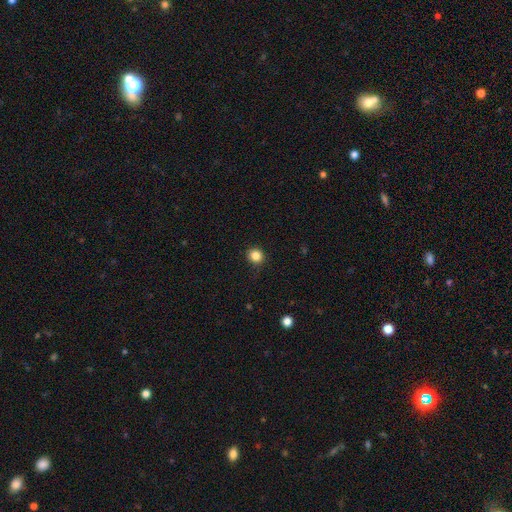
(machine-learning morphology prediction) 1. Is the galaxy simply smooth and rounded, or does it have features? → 85% smooth, 11% star or artifact, 4% featured or disk.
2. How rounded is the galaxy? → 90% round, 9% in between, 1% cigar-shaped.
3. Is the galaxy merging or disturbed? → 89% none, 8% minor disturbance, 2% major disturbance, 1% merger.